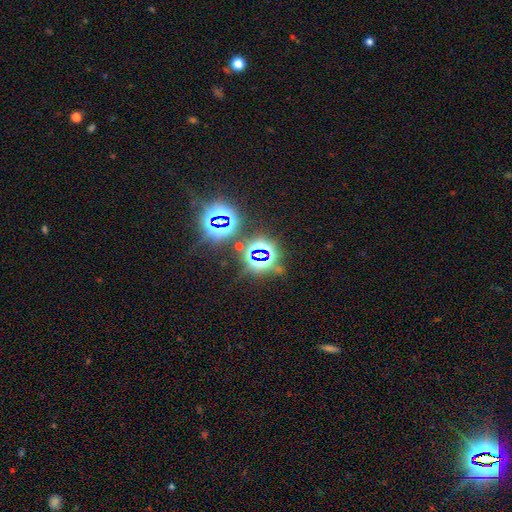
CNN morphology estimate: smooth_or_featured: star or artifact (p=0.79) [alt: smooth p=0.13]